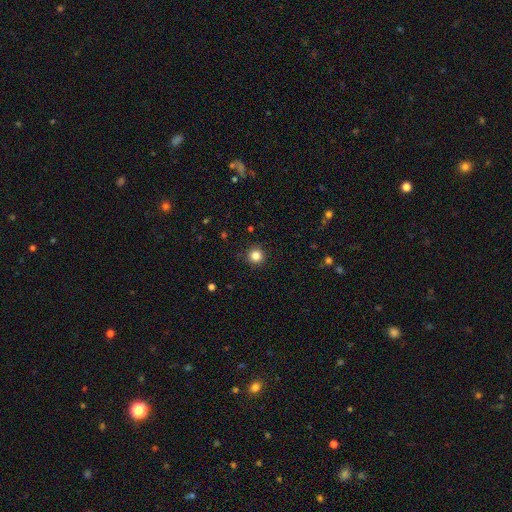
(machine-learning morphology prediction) Overall: smooth (83%). How rounded: round (96%). Merging: none (92%).